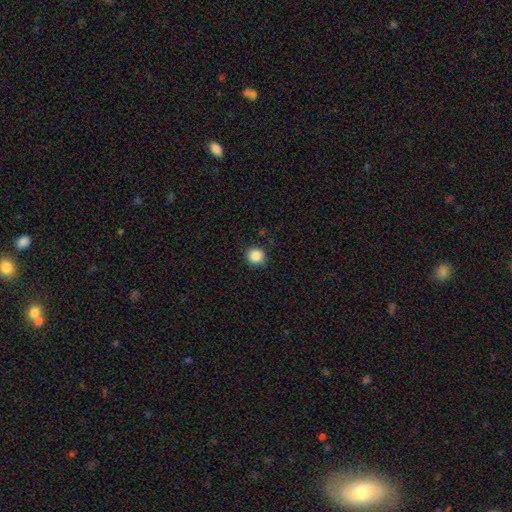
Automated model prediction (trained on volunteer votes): Overall: smooth (87%). How rounded: round (88%). Merging: none (89%).